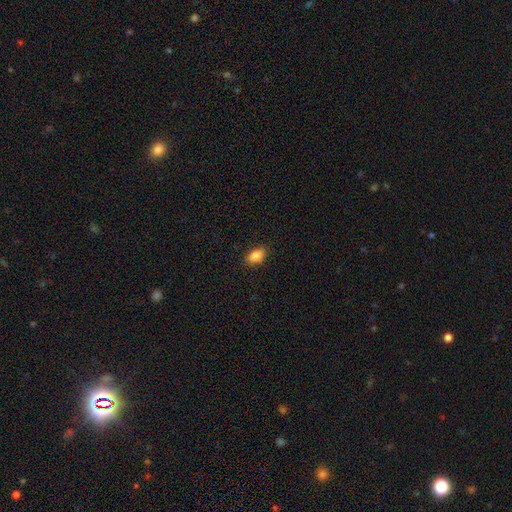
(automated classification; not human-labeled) This is clearly a smooth galaxy (85%). How rounded: clearly in between (87%). Merging: clearly none (87%).